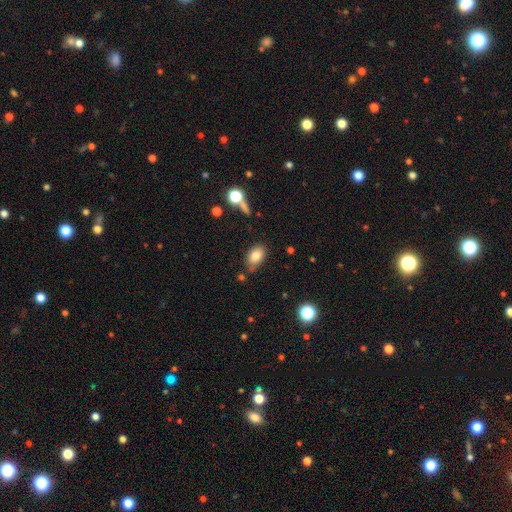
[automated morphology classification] This is clearly a smooth galaxy (81%). How rounded: clearly in between (89%). Merging: likely none (71%).